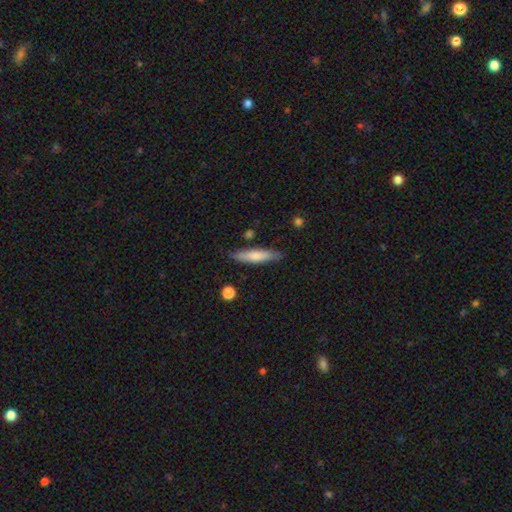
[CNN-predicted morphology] Smooth or featured? smooth (70%)
How rounded? cigar-shaped (83%)
Merging? none (84%)